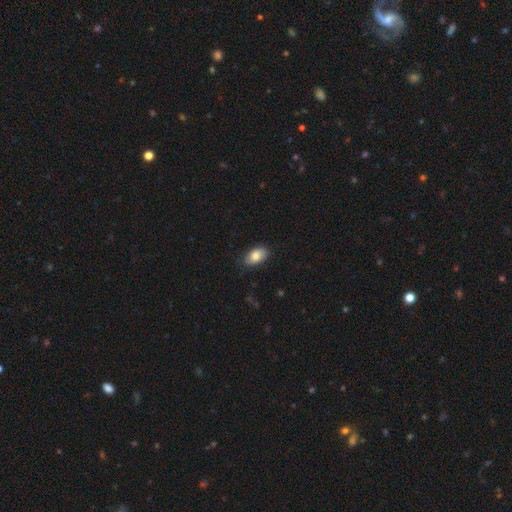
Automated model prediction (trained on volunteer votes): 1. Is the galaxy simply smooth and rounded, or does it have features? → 82% smooth, 11% featured or disk, 7% star or artifact.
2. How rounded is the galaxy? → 92% in between, 6% round, 2% cigar-shaped.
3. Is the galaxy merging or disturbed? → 81% none, 15% minor disturbance, 3% major disturbance, 1% merger.